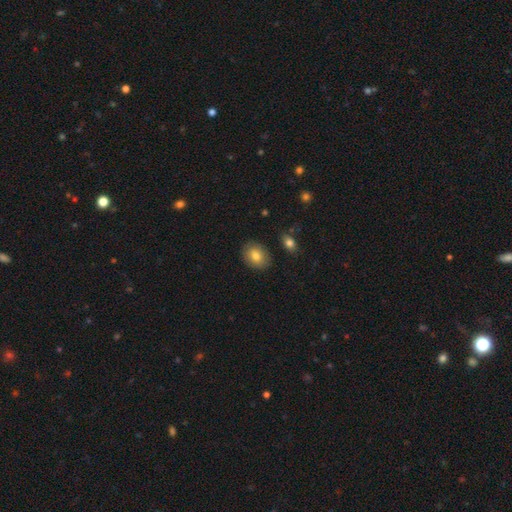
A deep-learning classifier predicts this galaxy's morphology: Smooth or featured: smooth — 81% (featured or disk — 11%)
How rounded: in between — 61% (round — 38%)
Merging: none — 86% (minor disturbance — 10%)